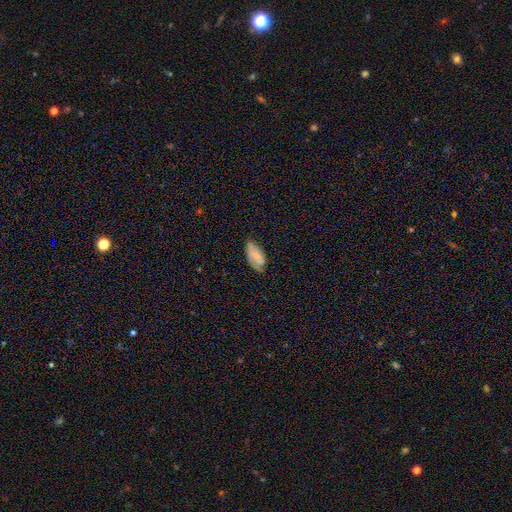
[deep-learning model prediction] This appears to be a smooth galaxy with no disk features (63%) that is in between round and cigar-shaped (92%). Merging: none (56%).